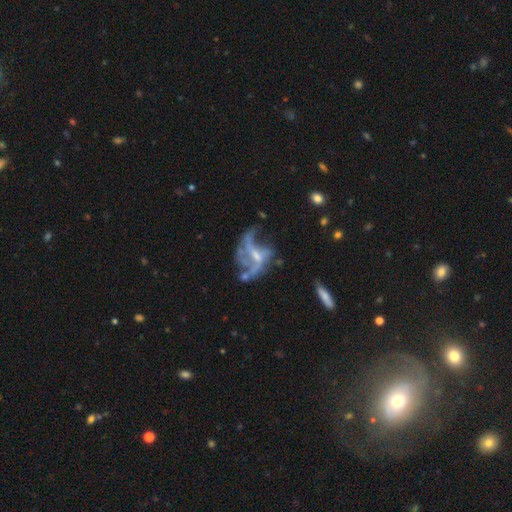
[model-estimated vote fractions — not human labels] This appears to be a featured or disk galaxy (75%) with no bar (40%, tied with weak), spiral arms (64%) and a small central bulge (41%). Merging: major disturbance (42%).